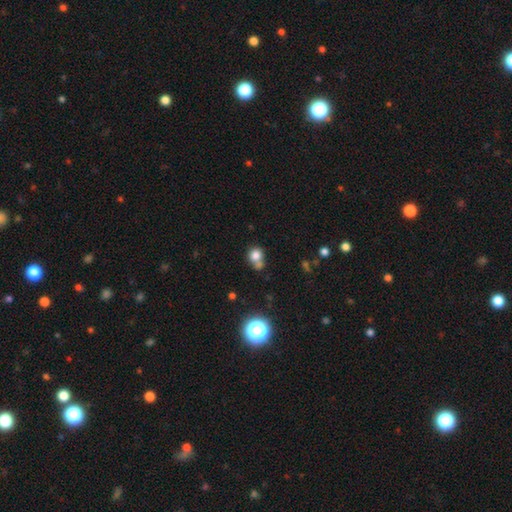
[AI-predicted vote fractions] This is likely a smooth galaxy (78%). How rounded: likely round (78%). Merging: marginally none (44%).